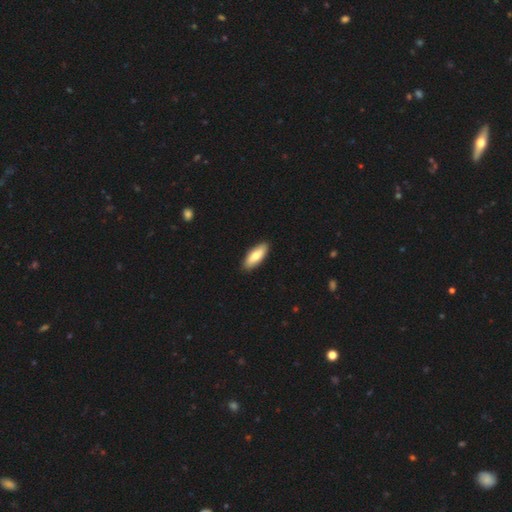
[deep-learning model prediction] Smooth or featured? smooth (76%)
How rounded? in between (75%)
Merging? none (90%)